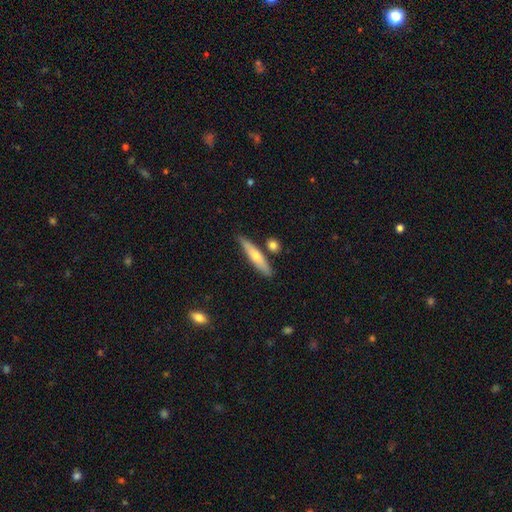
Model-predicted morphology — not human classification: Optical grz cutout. It shows a smooth galaxy with no disk features (51%) that is cigar-shaped (87%). Merging: none (82%).